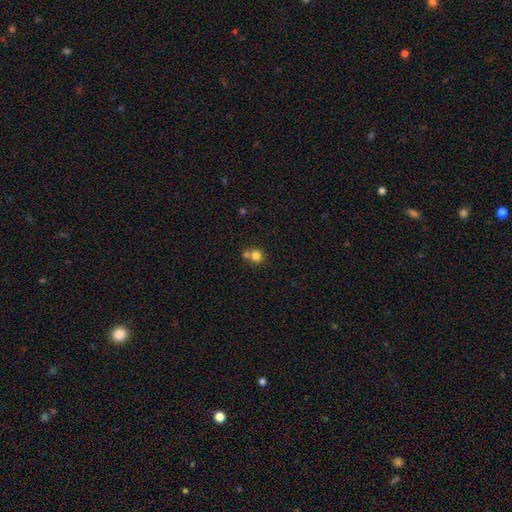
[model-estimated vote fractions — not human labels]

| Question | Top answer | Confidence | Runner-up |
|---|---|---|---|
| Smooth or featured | smooth | 80% | star or artifact (12%) |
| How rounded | round | 86% | in between (13%) |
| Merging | none | 49% | merger (41%) |